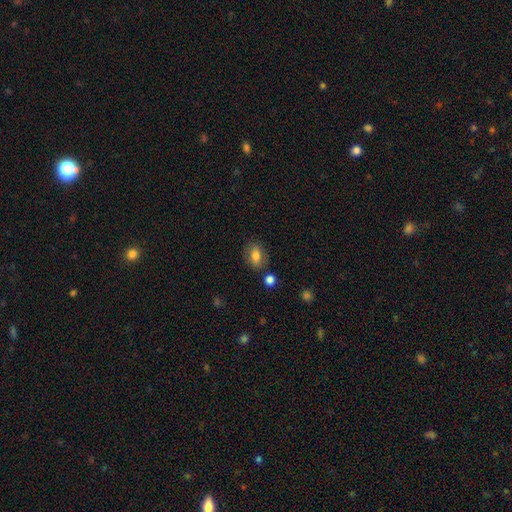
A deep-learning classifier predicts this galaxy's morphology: Smooth or featured? Predicted: smooth (p=0.77). How rounded? Predicted: in between (p=0.75). Merging? Predicted: none (p=0.78).